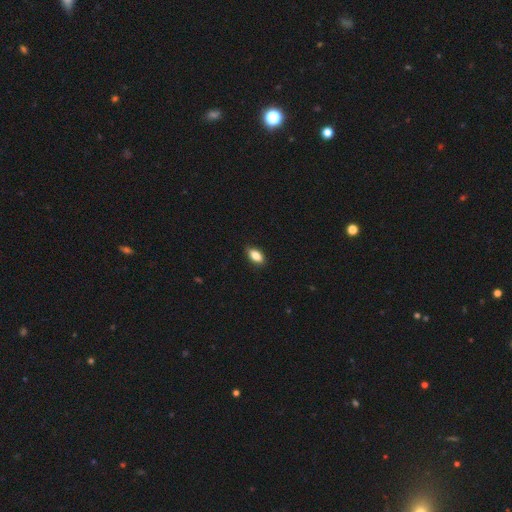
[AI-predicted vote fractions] Smooth or featured? Predicted: smooth (p=0.84). How rounded? Predicted: in between (p=0.89). Merging? Predicted: none (p=0.85).